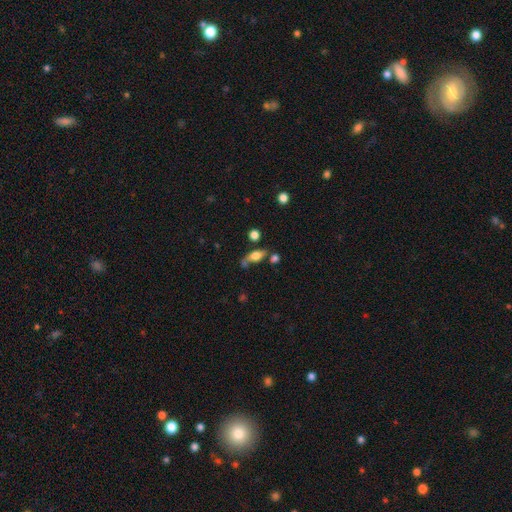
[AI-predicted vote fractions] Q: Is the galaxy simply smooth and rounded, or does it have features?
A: smooth — 62%.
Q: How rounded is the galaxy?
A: in between — 68%.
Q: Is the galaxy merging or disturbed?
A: none — 52%.